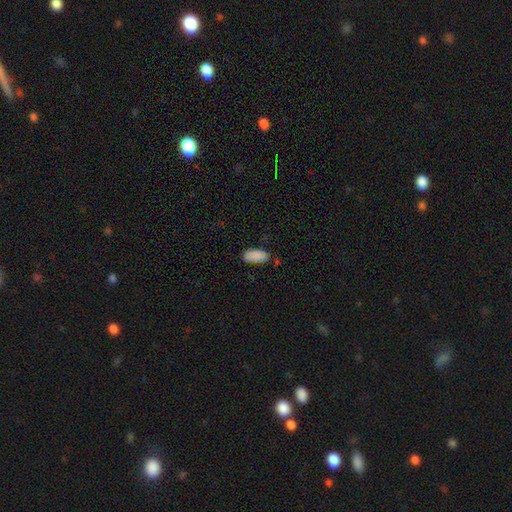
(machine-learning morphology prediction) A smooth galaxy with no disk features (88%) that is in between round and cigar-shaped (92%). Merging: none (76%).